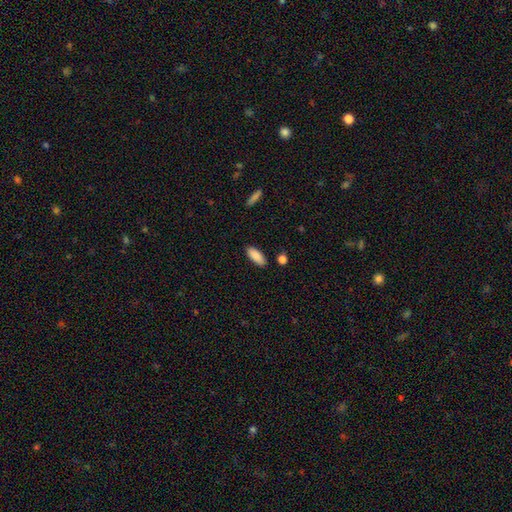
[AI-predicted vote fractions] Smooth or featured? Predicted: smooth (p=0.89). How rounded? Predicted: in between (p=0.80). Merging? Predicted: none (p=0.86).